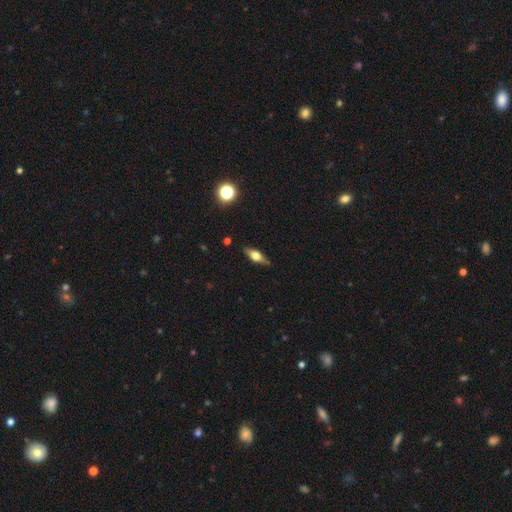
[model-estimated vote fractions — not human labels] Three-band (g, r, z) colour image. It shows a featured or disk galaxy (52%) viewed edge-on (91%). Merging: none (84%).